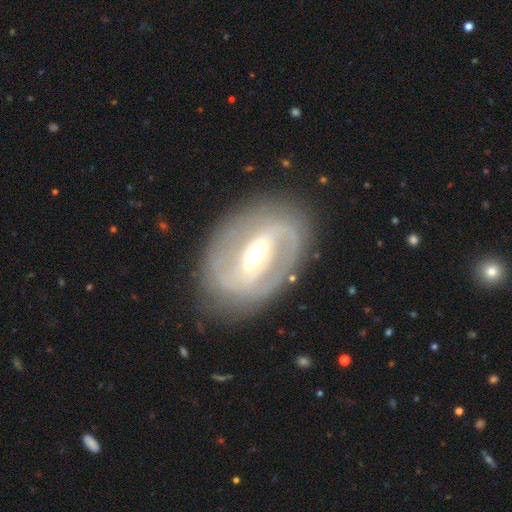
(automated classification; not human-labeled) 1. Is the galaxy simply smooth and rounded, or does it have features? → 83% featured or disk, 11% smooth, 5% star or artifact.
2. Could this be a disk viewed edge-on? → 95% no, 5% yes.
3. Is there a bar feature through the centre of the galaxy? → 46% strong, 38% weak, 15% no.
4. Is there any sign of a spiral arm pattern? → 83% yes, 17% no.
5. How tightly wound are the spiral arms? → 40% medium, 39% tight, 21% loose.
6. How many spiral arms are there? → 77% 2, 12% can't tell, 4% 1, 4% 3, 2% 4, 2% more than 4.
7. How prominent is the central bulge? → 66% moderate, 22% small, 9% large, 1% dominant, 1% none.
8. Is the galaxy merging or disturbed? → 78% none, 13% minor disturbance, 7% major disturbance, 2% merger.